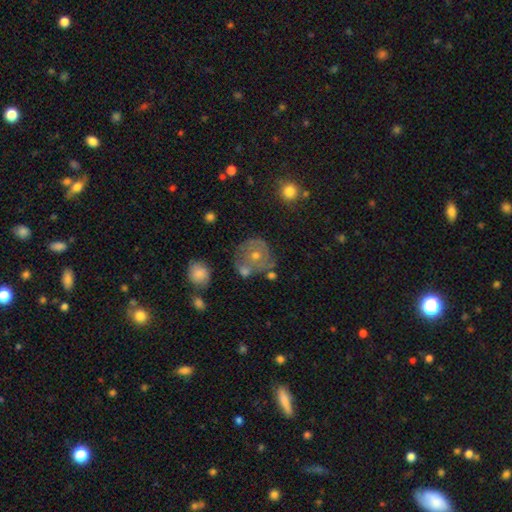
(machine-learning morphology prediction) Q: Smooth or featured?
A: featured or disk (43%); tied with: smooth (43%)
Q: Merging?
A: none (58%); runner-up: minor disturbance (19%)